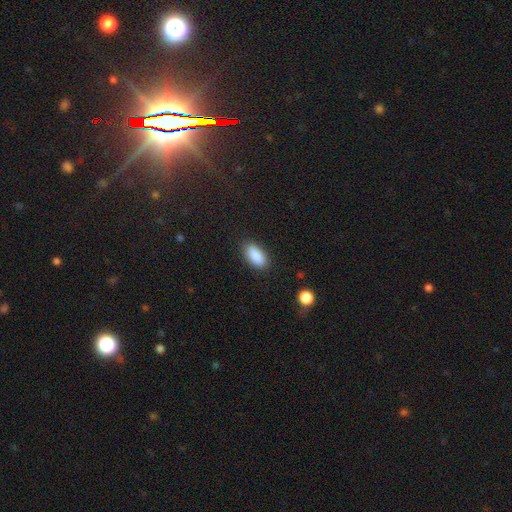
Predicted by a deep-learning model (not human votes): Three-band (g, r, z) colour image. It shows a smooth galaxy with no disk features (89%) that is in between round and cigar-shaped (89%). Merging: none (86%).